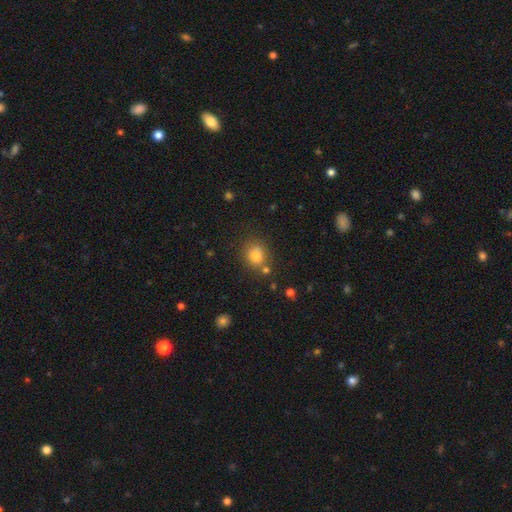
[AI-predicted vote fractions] Q: Smooth or featured?
A: smooth (81%); runner-up: star or artifact (13%)
Q: How rounded?
A: round (74%); runner-up: in between (25%)
Q: Merging?
A: none (72%); runner-up: minor disturbance (13%)